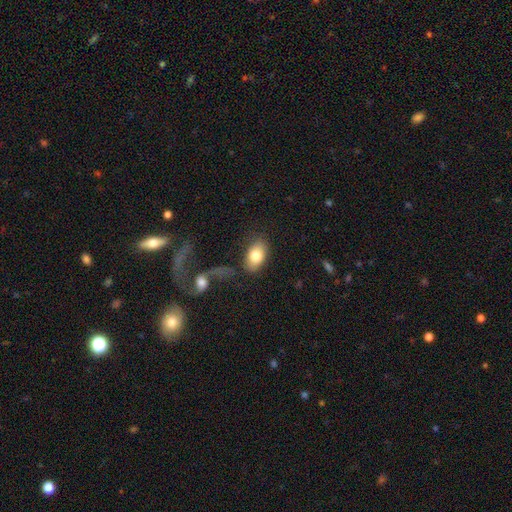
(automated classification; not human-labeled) Q: Smooth or featured?
A: smooth (80%); runner-up: featured or disk (14%)
Q: How rounded?
A: in between (90%); runner-up: round (8%)
Q: Merging?
A: none (75%); runner-up: minor disturbance (12%)